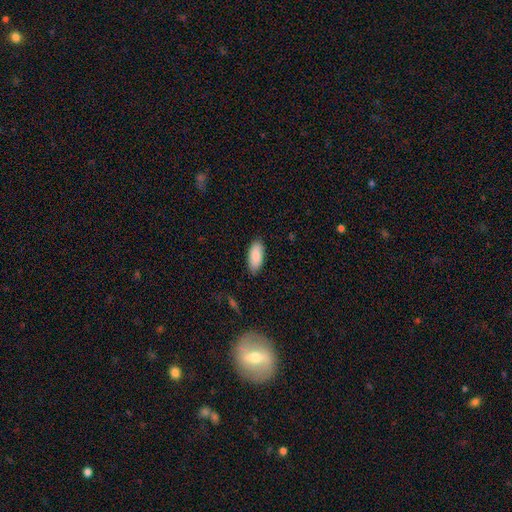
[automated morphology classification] This appears to be a smooth galaxy with no disk features (87%) that is in between round and cigar-shaped (88%). Merging: none (86%).